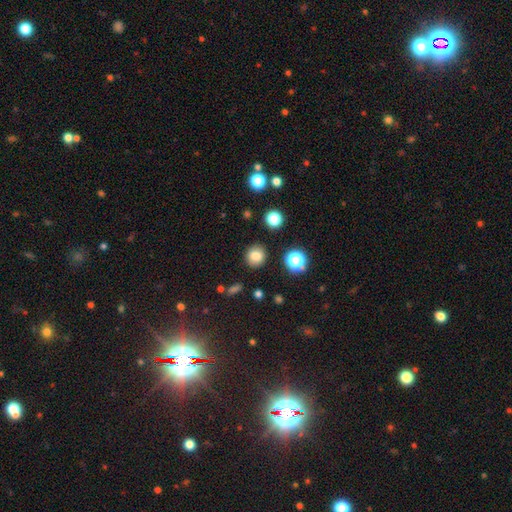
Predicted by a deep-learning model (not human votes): A smooth galaxy with no disk features (79%) that is round (83%).

Vote fractions:
- Smooth or featured? smooth: 79% / star or artifact: 13% / featured or disk: 7%
- How rounded? round: 83% / in between: 16% / cigar-shaped: 1%
- Merging? none: 87% / minor disturbance: 8% / major disturbance: 3% / merger: 2%